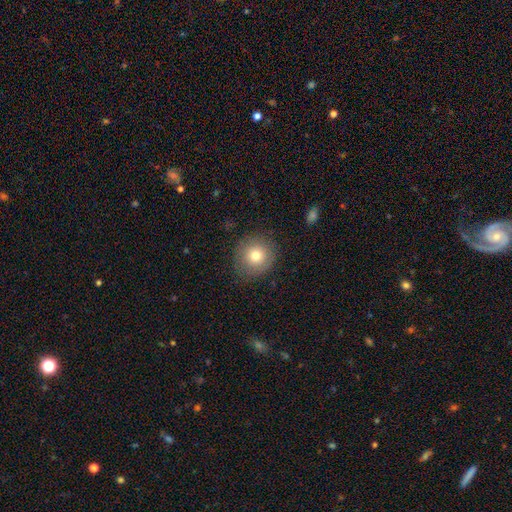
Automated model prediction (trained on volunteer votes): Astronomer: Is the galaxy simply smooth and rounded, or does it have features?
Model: smooth — 77%.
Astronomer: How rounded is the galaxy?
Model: round — 91%.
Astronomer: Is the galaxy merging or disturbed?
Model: none — 86%.